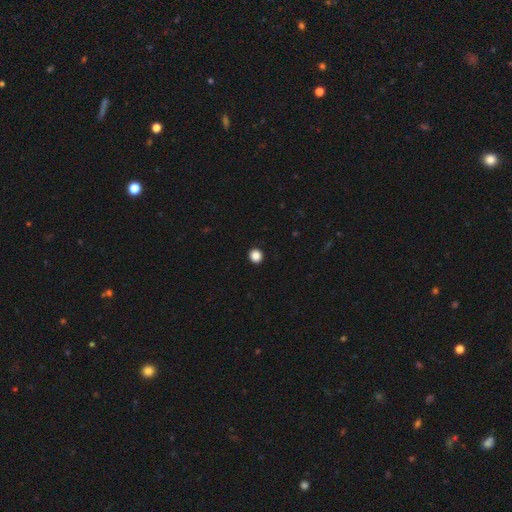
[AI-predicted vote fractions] A smooth galaxy with no disk features (88%) that is round (90%). Merging: none (94%).